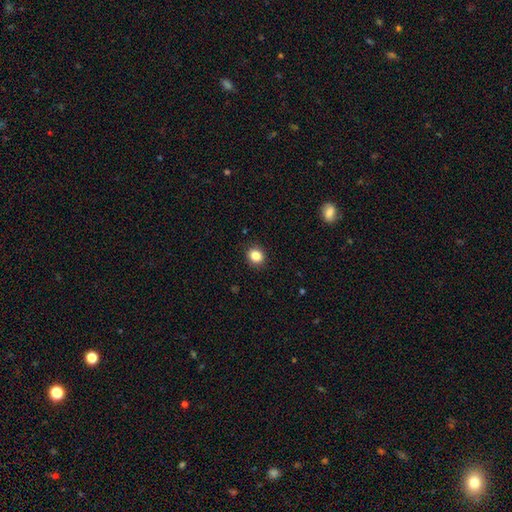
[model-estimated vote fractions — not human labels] smooth 85%, star or artifact 10%, featured or disk 5%. Down the decision tree: how rounded — round (71%); merging — none (90%).